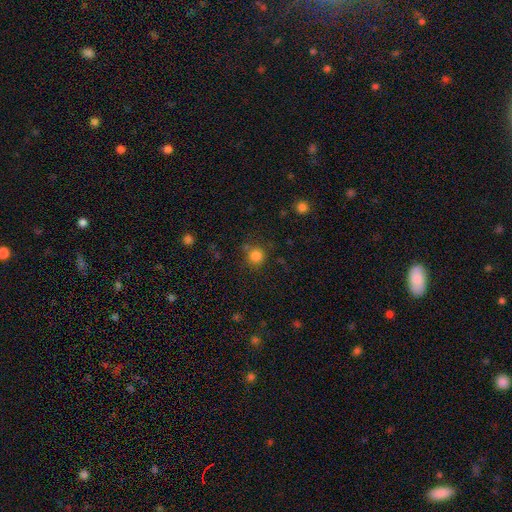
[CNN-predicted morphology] Smooth or featured? smooth (83%)
How rounded? round (92%)
Merging? none (78%)